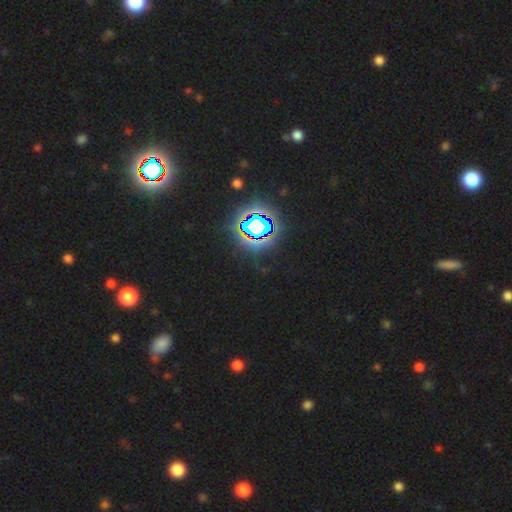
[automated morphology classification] star or artifact 82%, smooth 11%, featured or disk 7%.